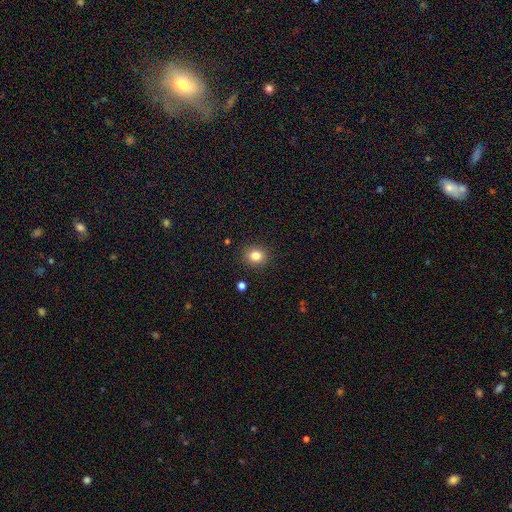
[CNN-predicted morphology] smooth-or-featured: smooth: 82% | star or artifact: 11% | featured or disk: 7%
  how-rounded: round: 74% | in between: 25% | cigar-shaped: 1%
  merging: none: 90% | minor disturbance: 7% | major disturbance: 2% | merger: 1%